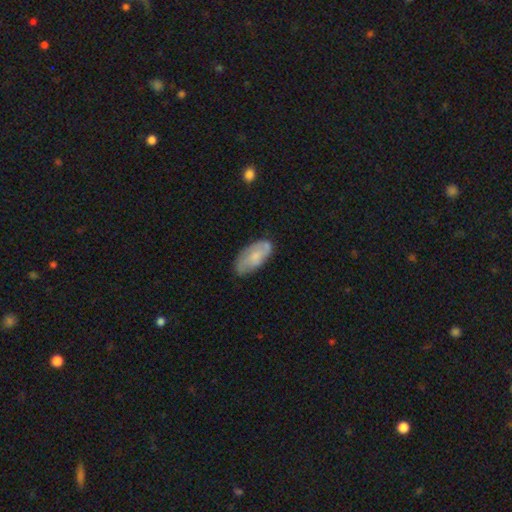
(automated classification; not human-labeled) smooth 63%, featured or disk 31%, star or artifact 6%. Down the decision tree: how rounded — in between (91%); merging — none (64%).